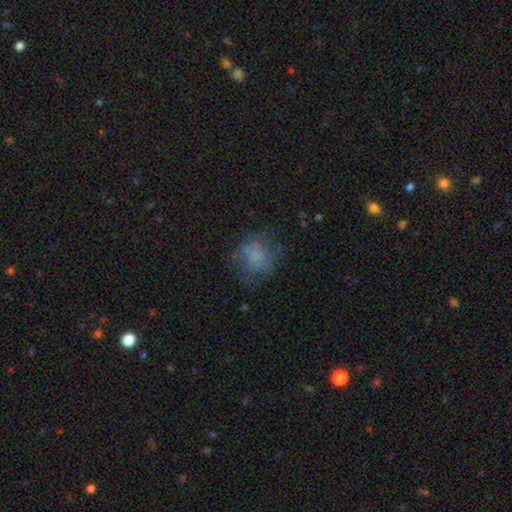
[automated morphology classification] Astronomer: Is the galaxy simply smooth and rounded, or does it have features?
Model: smooth — 64%.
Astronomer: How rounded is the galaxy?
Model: round — 68%.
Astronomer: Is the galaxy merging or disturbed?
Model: none — 58%.